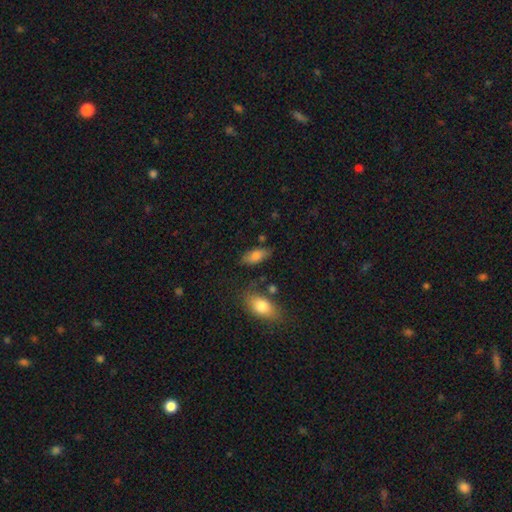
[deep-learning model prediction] Smooth or featured? Predicted: smooth (p=0.79). How rounded? Predicted: in between (p=0.84). Merging? Predicted: none (p=0.73).